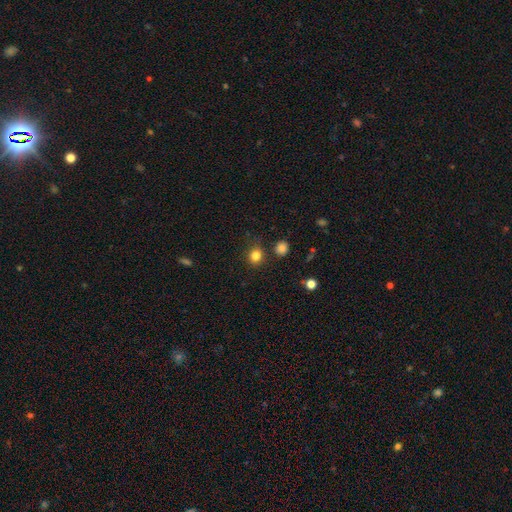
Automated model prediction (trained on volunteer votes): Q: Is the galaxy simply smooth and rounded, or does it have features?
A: smooth — 82%.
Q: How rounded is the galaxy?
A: round — 82%.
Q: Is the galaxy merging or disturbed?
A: none — 83%.